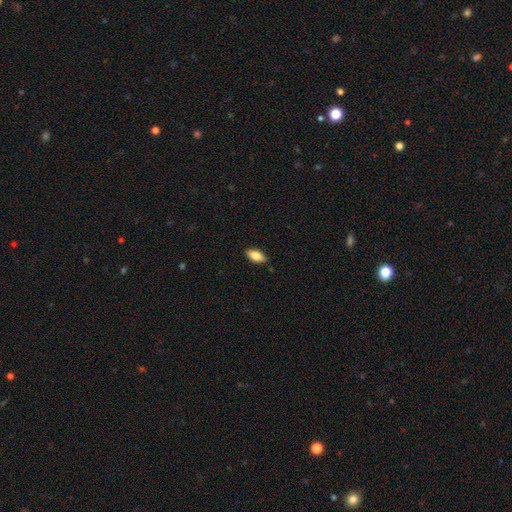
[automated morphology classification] Overall: smooth (83%). How rounded: in between (88%). Merging: none (87%).